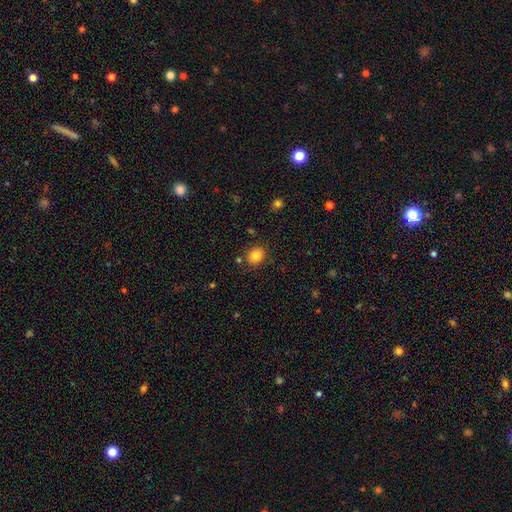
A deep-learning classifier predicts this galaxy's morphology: Smooth or featured: smooth — 84% (star or artifact — 10%)
How rounded: round — 69% (in between — 30%)
Merging: none — 83% (minor disturbance — 10%)